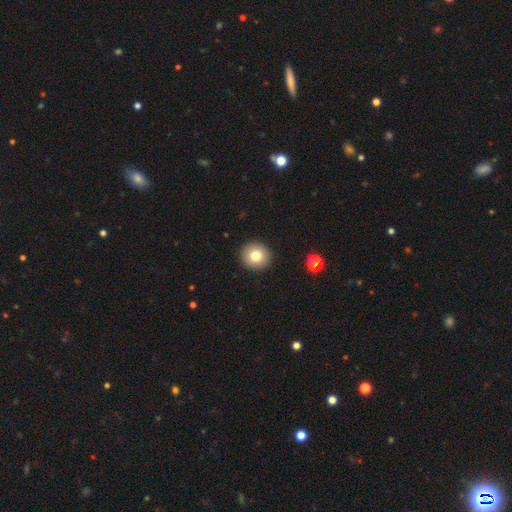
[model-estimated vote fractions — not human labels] smooth 80%, featured or disk 10%, star or artifact 10%. Down the decision tree: how rounded — round (89%); merging — none (92%).